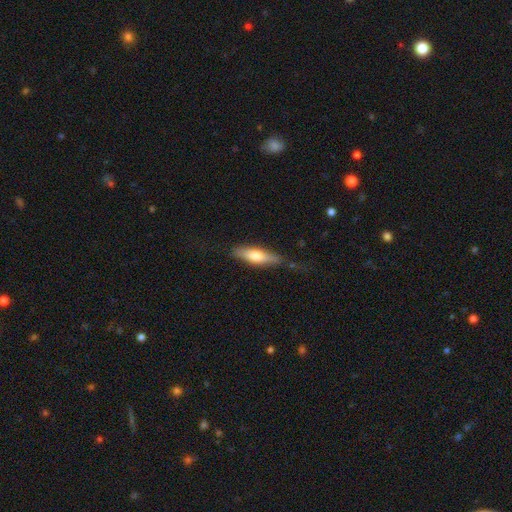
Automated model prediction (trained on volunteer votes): This is likely a smooth galaxy (61%). How rounded: possibly cigar-shaped (58%). Merging: likely none (70%).